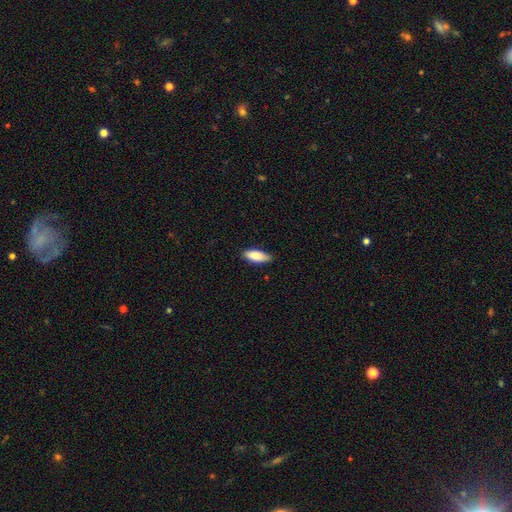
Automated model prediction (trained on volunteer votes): smooth-or-featured: smooth: 86% | featured or disk: 8% | star or artifact: 6%
  how-rounded: in between: 74% | cigar-shaped: 24% | round: 2%
  merging: none: 78% | minor disturbance: 18% | major disturbance: 2% | merger: 1%